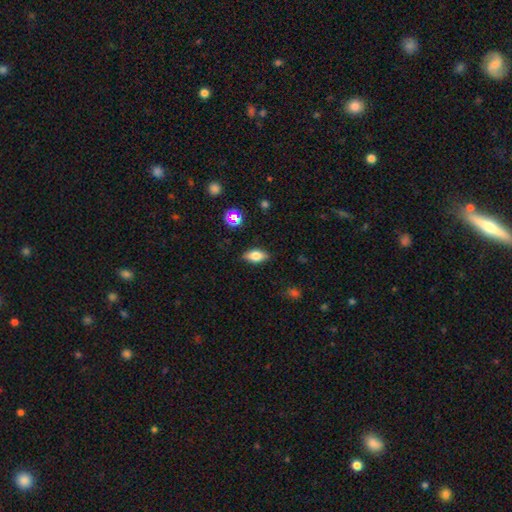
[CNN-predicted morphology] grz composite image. It shows a smooth galaxy with no disk features (67%) that is in between round and cigar-shaped (82%). Merging: none (84%).